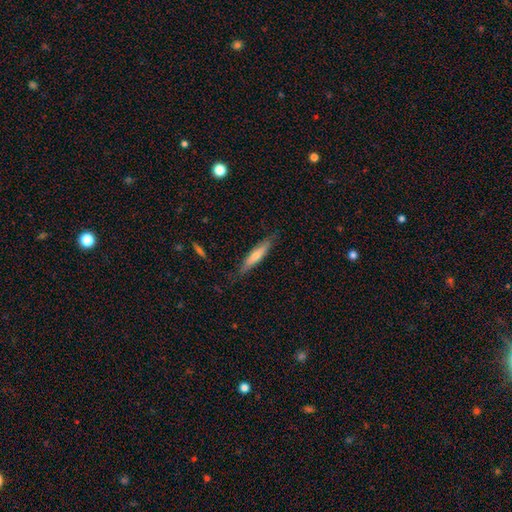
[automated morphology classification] smooth-or-featured: smooth: 55% | featured or disk: 39% | star or artifact: 6%
  how-rounded: cigar-shaped: 88% | in between: 11% | round: 1%
  merging: none: 82% | minor disturbance: 14% | major disturbance: 2% | merger: 1%